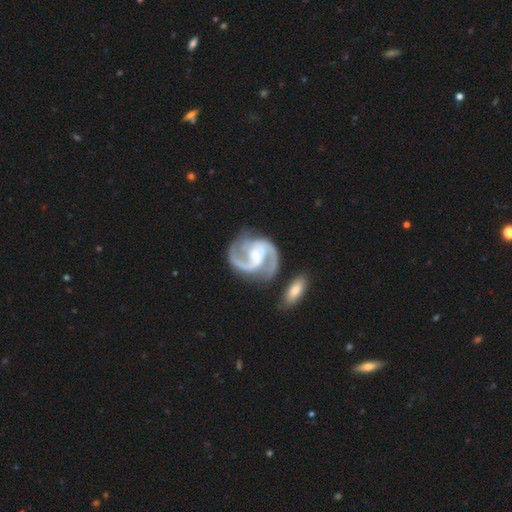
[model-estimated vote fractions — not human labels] Smooth or featured?
  - featured or disk: 93% *
  - star or artifact: 4%
  - smooth: 3%
Edge-on disk?
  - no: 98% *
  - yes: 2%
Bar?
  - no: 39% *
  - weak: 35%
  - strong: 25%
Spiral arms?
  - yes: 98% *
  - no: 2%
Spiral winding?
  - medium: 64% *
  - tight: 19%
  - loose: 17%
Spiral arm count?
  - 2: 91% *
  - 3: 4%
  - can't tell: 2%
  - 1: 1%
  - 4: 1%
  - more than 4: 1%
Bulge size?
  - moderate: 54% *
  - small: 43%
  - large: 2%
  - none: 1%
  - dominant: 1%
Merging?
  - none: 66% *
  - minor disturbance: 18%
  - major disturbance: 8%
  - merger: 8%